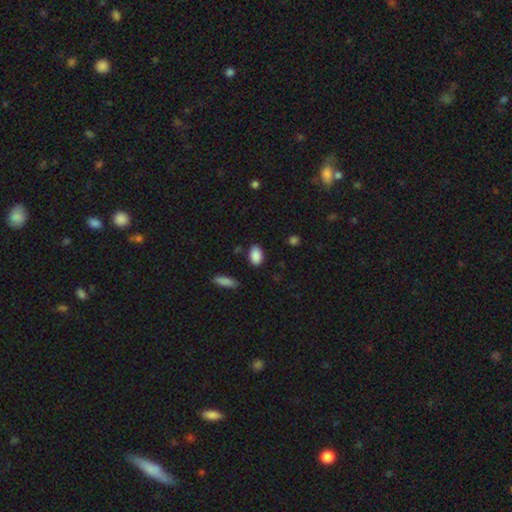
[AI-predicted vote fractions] Q: Smooth or featured?
A: smooth (89%); runner-up: star or artifact (8%)
Q: How rounded?
A: in between (89%); runner-up: round (9%)
Q: Merging?
A: none (83%); runner-up: minor disturbance (12%)